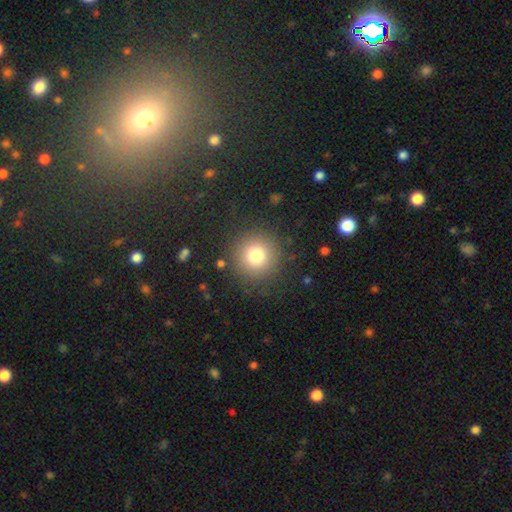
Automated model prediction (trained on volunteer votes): A smooth galaxy with no disk features (78%) that is round (95%).

Vote fractions:
- Smooth or featured? smooth: 78% / star or artifact: 13% / featured or disk: 9%
- How rounded? round: 95% / in between: 4% / cigar-shaped: 1%
- Merging? none: 88% / minor disturbance: 7% / major disturbance: 4% / merger: 2%